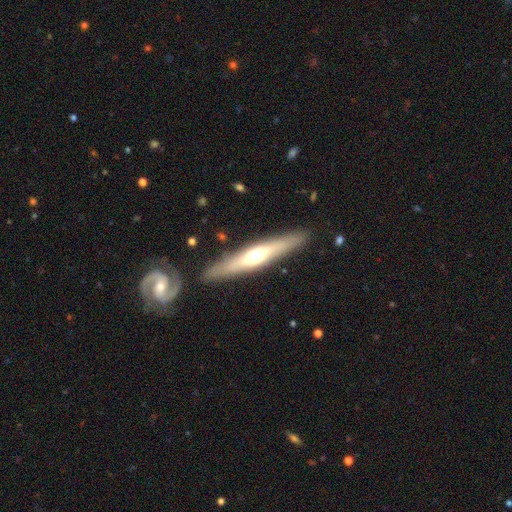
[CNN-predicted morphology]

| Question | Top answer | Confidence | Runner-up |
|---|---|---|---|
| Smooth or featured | featured or disk | 58% | smooth (37%) |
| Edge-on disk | yes | 89% | no (11%) |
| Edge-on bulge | rounded | 84% | none (11%) |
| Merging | none | 87% | minor disturbance (9%) |